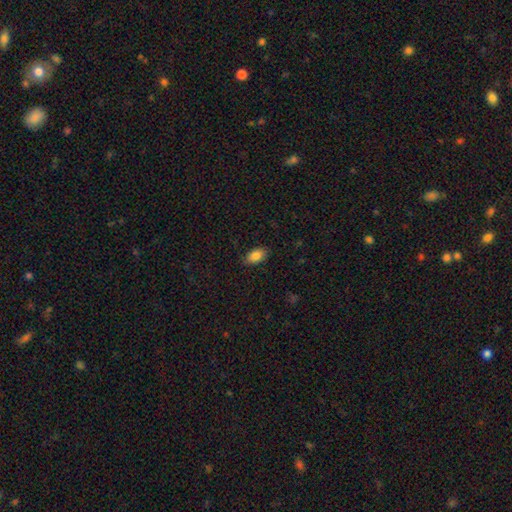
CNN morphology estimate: A smooth galaxy with no disk features (86%) that is in between round and cigar-shaped (92%). Merging: none (86%).